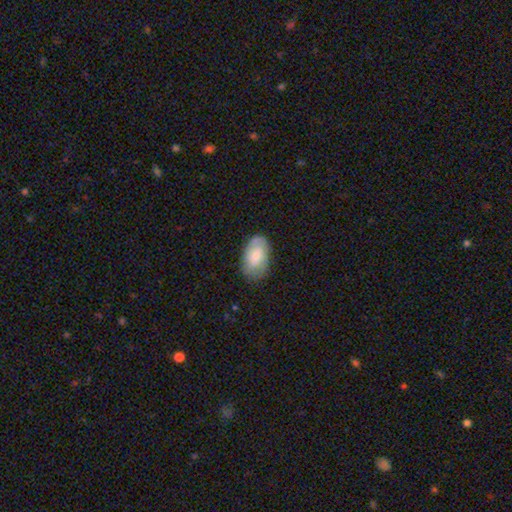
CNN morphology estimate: Q: Smooth or featured?
A: smooth (62%); runner-up: featured or disk (32%)
Q: How rounded?
A: in between (93%); runner-up: round (6%)
Q: Merging?
A: none (75%); runner-up: minor disturbance (19%)